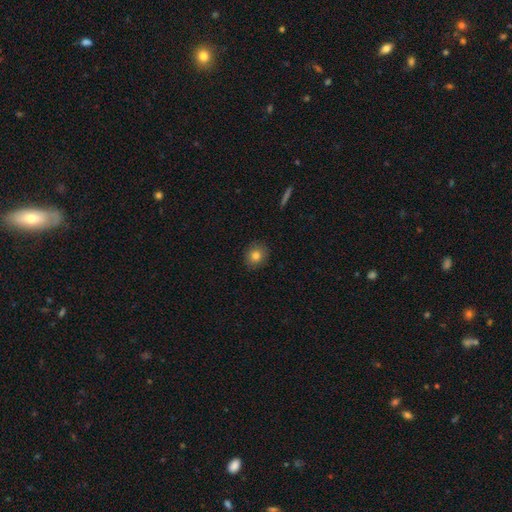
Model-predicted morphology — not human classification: Smooth or featured?
  - smooth: 80% *
  - star or artifact: 11%
  - featured or disk: 9%
How rounded?
  - round: 75% *
  - in between: 24%
  - cigar-shaped: 1%
Merging?
  - none: 89% *
  - minor disturbance: 8%
  - major disturbance: 2%
  - merger: 1%